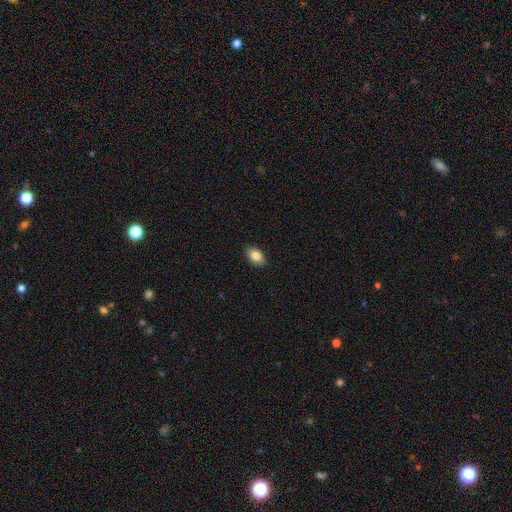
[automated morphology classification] The model was most divided on "smooth or featured": smooth: 85%, star or artifact: 8%, featured or disk: 7%. More confident: how rounded — in between (89%); merging — none (87%).